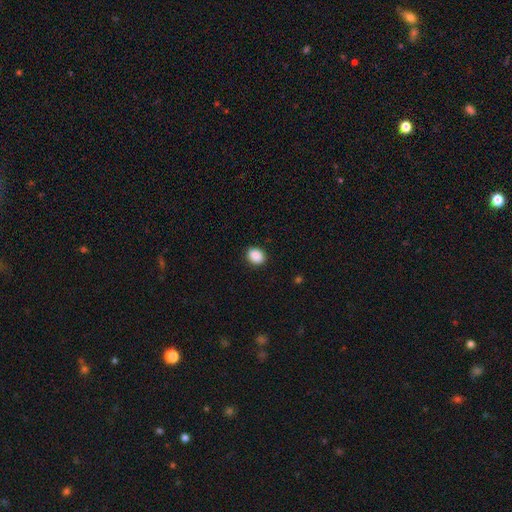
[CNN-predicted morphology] smooth-or-featured: smooth: 90% | star or artifact: 8% | featured or disk: 2%
  how-rounded: in between: 51% | round: 48% | cigar-shaped: 1%
  merging: none: 89% | minor disturbance: 8% | major disturbance: 2% | merger: 1%